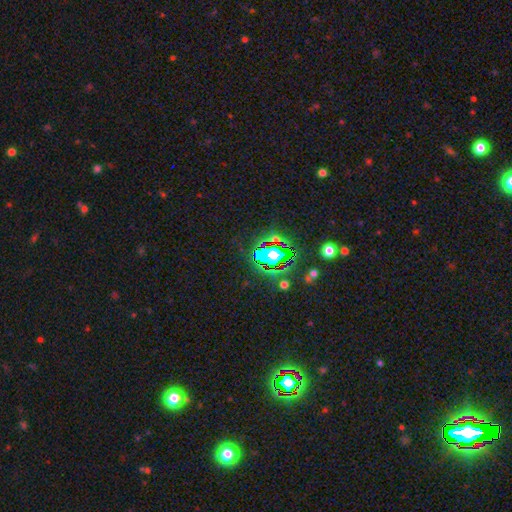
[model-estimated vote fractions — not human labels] Smooth or featured? star or artifact (83%)